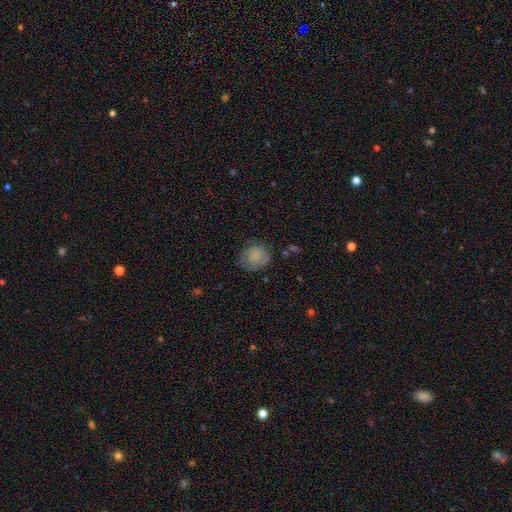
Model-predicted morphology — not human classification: Smooth or featured: smooth — 76% (featured or disk — 15%)
How rounded: round — 77% (in between — 23%)
Merging: none — 68% (minor disturbance — 22%)